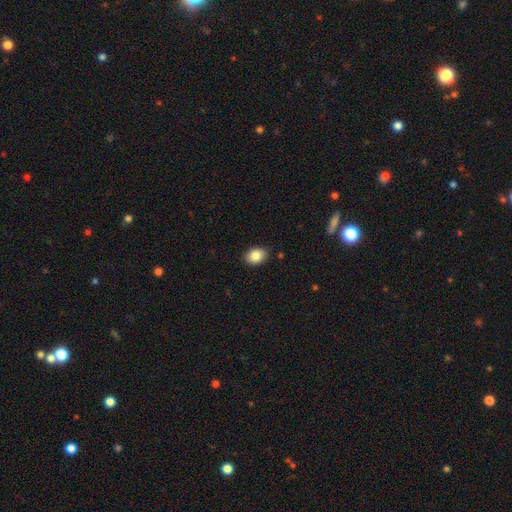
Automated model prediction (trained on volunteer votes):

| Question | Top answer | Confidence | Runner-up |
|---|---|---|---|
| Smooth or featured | smooth | 87% | star or artifact (8%) |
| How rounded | in between | 66% | round (33%) |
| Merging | none | 85% | minor disturbance (12%) |